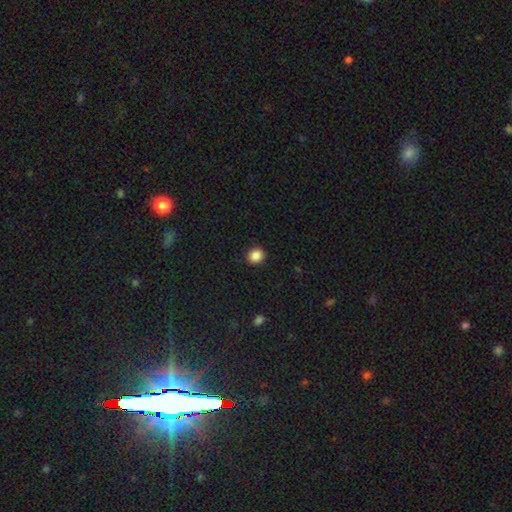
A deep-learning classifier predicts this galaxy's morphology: A smooth galaxy with no disk features (87%) that is round (75%).

Vote fractions:
- Smooth or featured? smooth: 87% / star or artifact: 9% / featured or disk: 3%
- How rounded? round: 75% / in between: 25% / cigar-shaped: 1%
- Merging? none: 90% / minor disturbance: 7% / major disturbance: 2% / merger: 1%